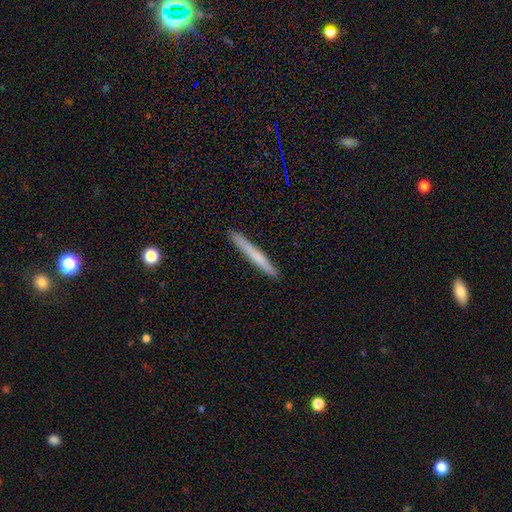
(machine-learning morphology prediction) type=smooth (61%); roundness=cigar-shaped (97%); merging=none (91%).